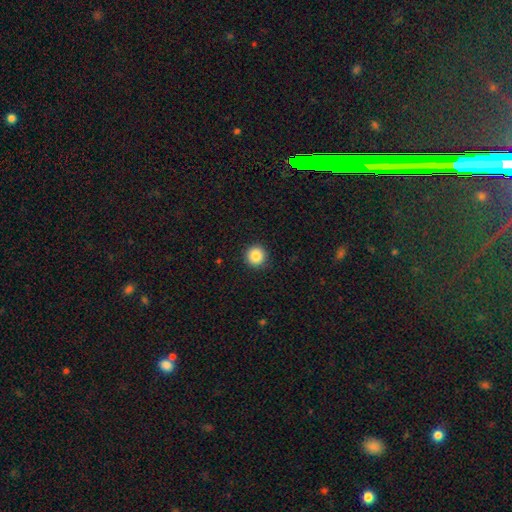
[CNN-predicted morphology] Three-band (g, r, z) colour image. It shows a smooth galaxy with no disk features (86%) that is round (95%). Merging: none (91%).